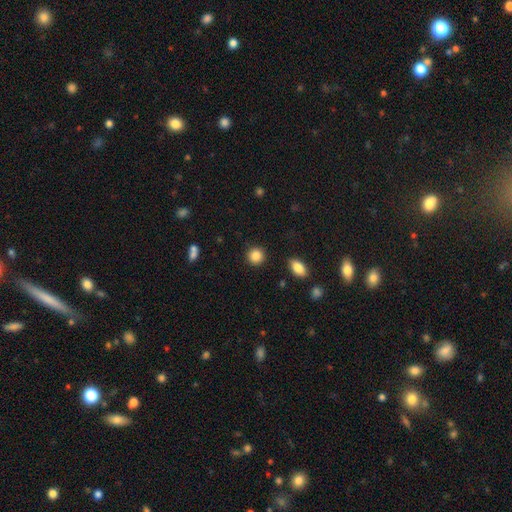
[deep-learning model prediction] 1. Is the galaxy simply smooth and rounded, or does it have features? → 87% smooth, 9% star or artifact, 5% featured or disk.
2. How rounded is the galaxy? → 91% round, 8% in between, 1% cigar-shaped.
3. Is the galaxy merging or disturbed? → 90% none, 6% minor disturbance, 2% major disturbance, 2% merger.